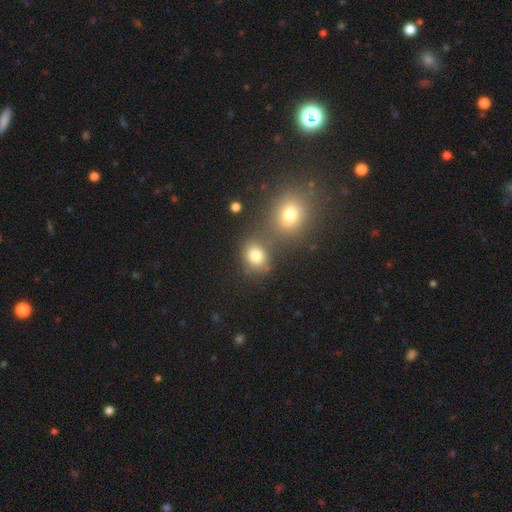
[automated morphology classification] Q: Smooth or featured?
A: smooth (78%); runner-up: star or artifact (14%)
Q: How rounded?
A: round (65%); runner-up: in between (34%)
Q: Merging?
A: none (55%); runner-up: merger (30%)